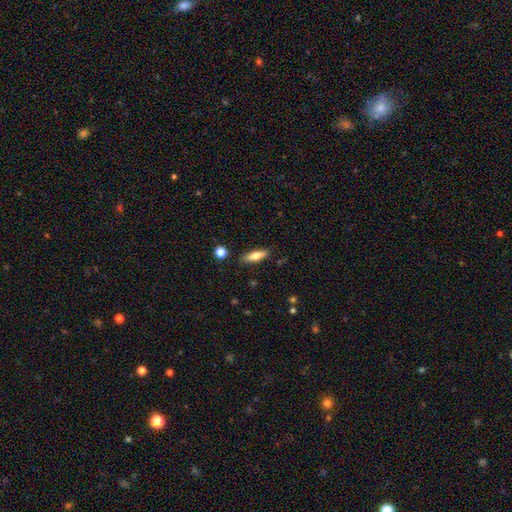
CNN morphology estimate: A smooth galaxy with no disk features (65%) that is cigar-shaped (52%). Merging: none (85%).